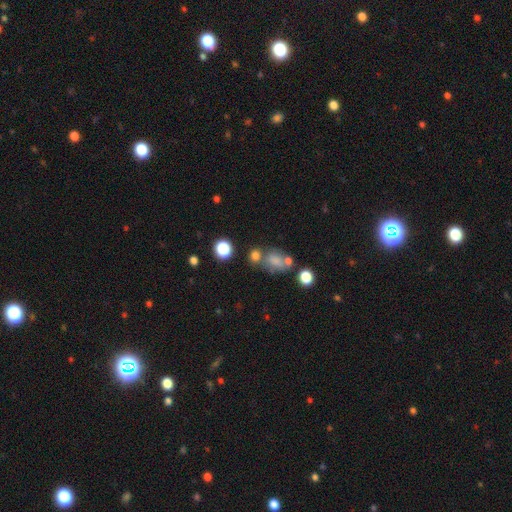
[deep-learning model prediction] Smooth or featured?
  - smooth: 68% *
  - star or artifact: 18%
  - featured or disk: 14%
How rounded?
  - in between: 57% *
  - round: 41%
  - cigar-shaped: 2%
Merging?
  - none: 43% *
  - merger: 32%
  - minor disturbance: 16%
  - major disturbance: 10%